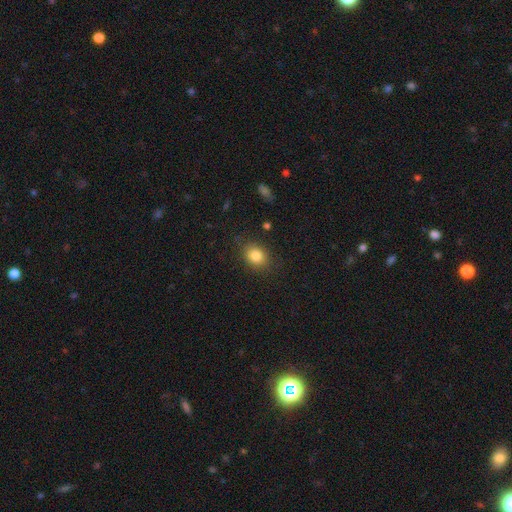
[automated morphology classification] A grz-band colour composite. It shows a smooth galaxy with no disk features (84%) that is in between round and cigar-shaped (52%). Merging: none (82%).